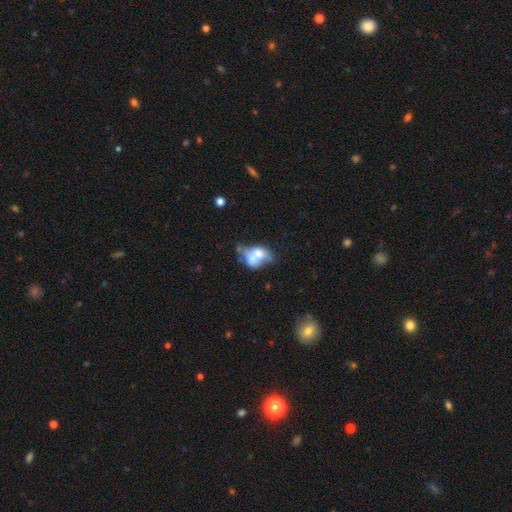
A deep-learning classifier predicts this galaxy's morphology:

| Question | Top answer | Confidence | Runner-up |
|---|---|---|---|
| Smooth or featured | smooth | 58% | featured or disk (33%) |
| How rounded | in between | 67% | round (30%) |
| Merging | merger | 68% | none (15%) |